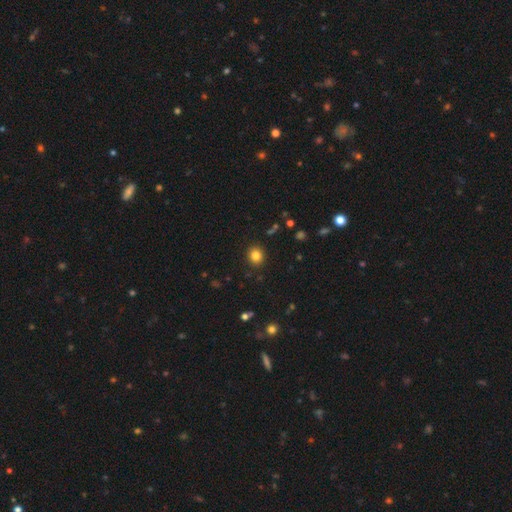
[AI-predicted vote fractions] A smooth galaxy with no disk features (82%) that is round (80%).

Vote fractions:
- Smooth or featured? smooth: 82% / star or artifact: 12% / featured or disk: 6%
- How rounded? round: 80% / in between: 19% / cigar-shaped: 1%
- Merging? none: 91% / minor disturbance: 6% / major disturbance: 2% / merger: 1%